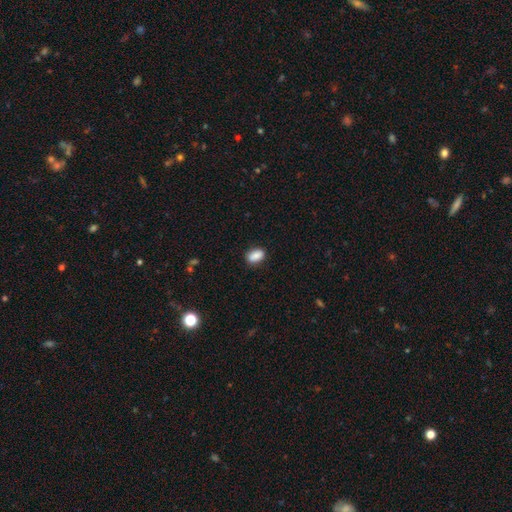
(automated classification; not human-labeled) A smooth galaxy with no disk features (87%) that is in between round and cigar-shaped (87%).

Vote fractions:
- Smooth or featured? smooth: 87% / star or artifact: 8% / featured or disk: 5%
- How rounded? in between: 87% / round: 10% / cigar-shaped: 3%
- Merging? none: 82% / minor disturbance: 14% / major disturbance: 3% / merger: 2%